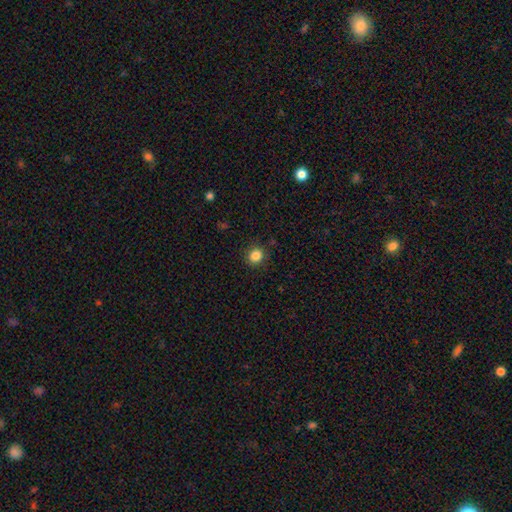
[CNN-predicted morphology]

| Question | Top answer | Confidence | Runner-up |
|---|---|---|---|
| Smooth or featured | smooth | 85% | star or artifact (11%) |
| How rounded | round | 86% | in between (13%) |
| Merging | none | 89% | minor disturbance (7%) |